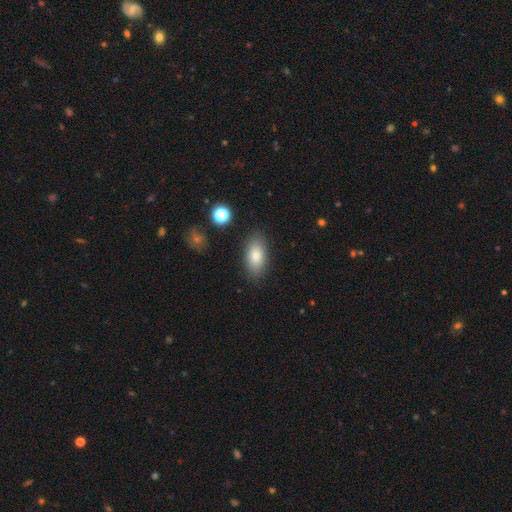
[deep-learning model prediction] Q: Smooth or featured?
A: smooth (82%); runner-up: featured or disk (10%)
Q: How rounded?
A: in between (90%); runner-up: cigar-shaped (5%)
Q: Merging?
A: none (85%); runner-up: minor disturbance (10%)